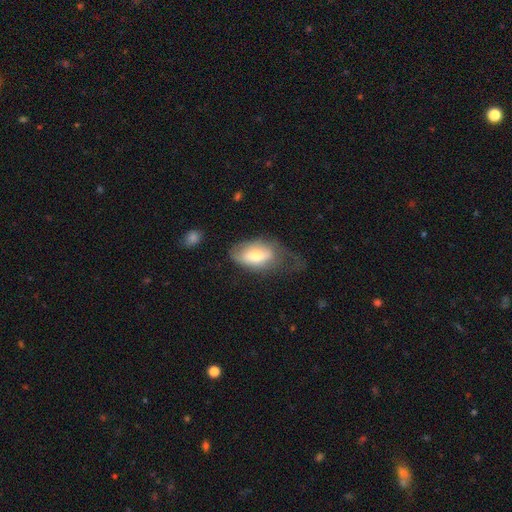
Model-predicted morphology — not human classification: The model was most divided on "merging": major disturbance: 35%, none: 32%, minor disturbance: 31%, merger: 2%. More confident: how rounded — in between (91%); smooth or featured — smooth (64%).